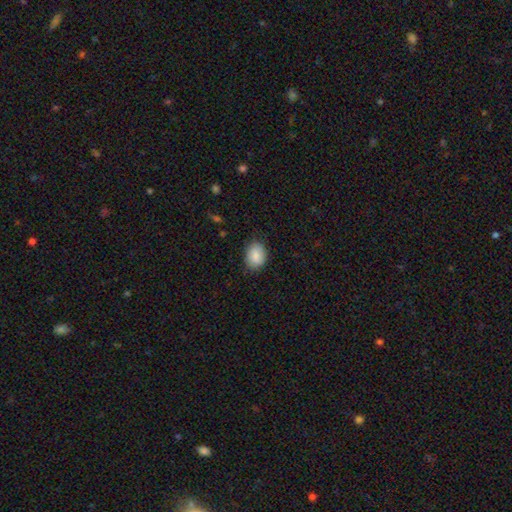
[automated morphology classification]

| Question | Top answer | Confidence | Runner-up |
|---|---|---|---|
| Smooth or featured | smooth | 87% | star or artifact (7%) |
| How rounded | in between | 67% | round (32%) |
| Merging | none | 81% | minor disturbance (15%) |